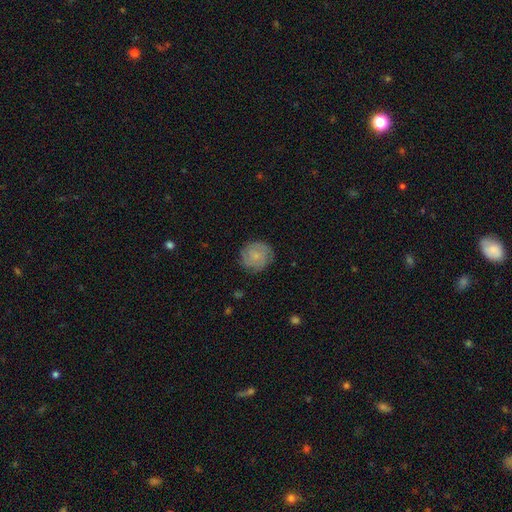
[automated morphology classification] This is possibly a smooth galaxy (49%). Merging: likely none (79%).